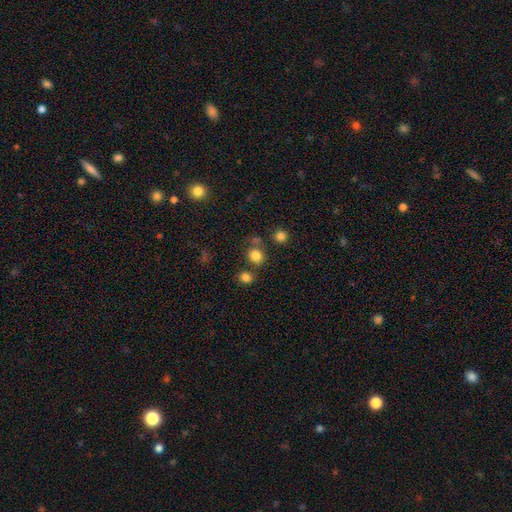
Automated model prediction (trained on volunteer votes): Smooth or featured? Predicted: smooth (p=0.81). How rounded? Predicted: round (p=0.78). Merging? Predicted: none (p=0.70).